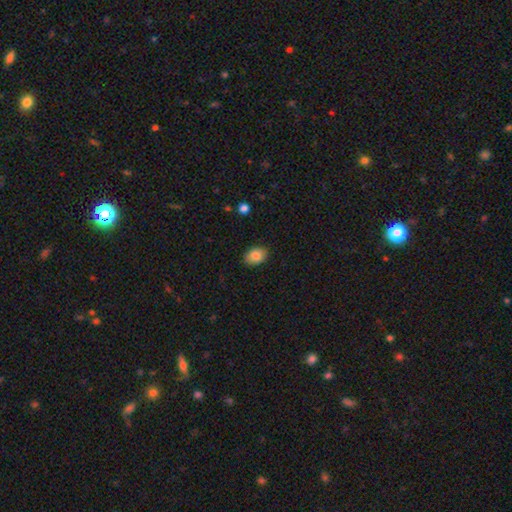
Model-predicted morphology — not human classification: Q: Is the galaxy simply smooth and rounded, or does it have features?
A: smooth — 84%.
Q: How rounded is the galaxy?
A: in between — 81%.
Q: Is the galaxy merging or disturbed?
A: none — 87%.